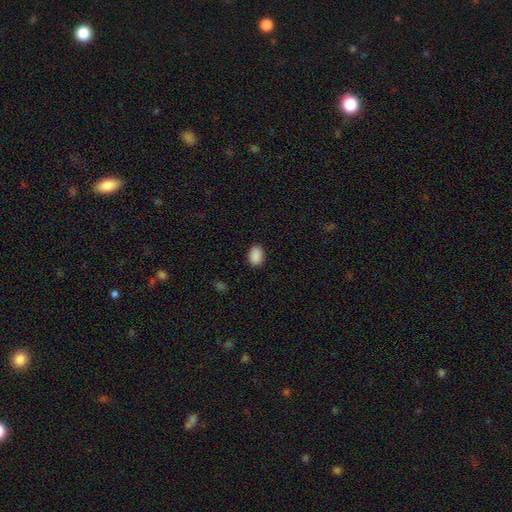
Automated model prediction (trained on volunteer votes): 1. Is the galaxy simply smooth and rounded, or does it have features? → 89% smooth, 8% star or artifact, 2% featured or disk.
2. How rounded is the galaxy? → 76% in between, 23% round, 1% cigar-shaped.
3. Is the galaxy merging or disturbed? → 88% none, 8% minor disturbance, 2% major disturbance, 1% merger.